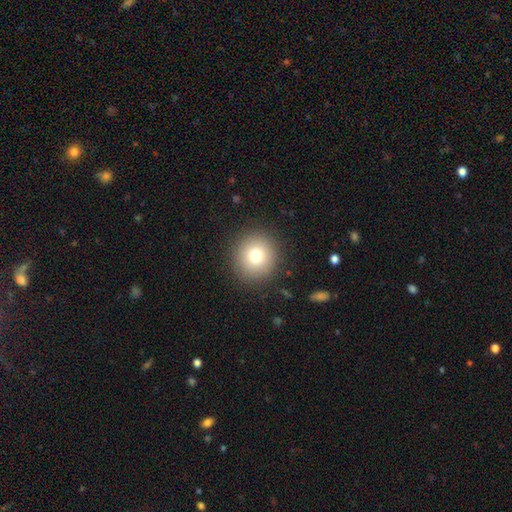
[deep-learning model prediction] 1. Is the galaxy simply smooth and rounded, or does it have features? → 78% smooth, 11% star or artifact, 11% featured or disk.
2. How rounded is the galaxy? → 93% round, 6% in between, 1% cigar-shaped.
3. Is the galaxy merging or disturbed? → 89% none, 7% minor disturbance, 3% major disturbance, 1% merger.